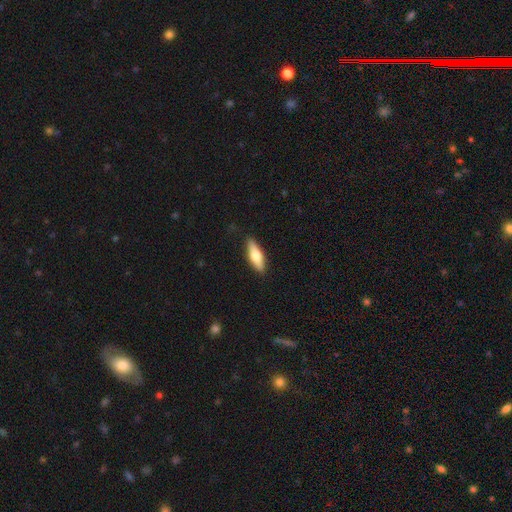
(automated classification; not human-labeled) Overall: smooth (62%; featured or disk 32%). How rounded: in between (50%; cigar-shaped 48%). Merging: none (87%).